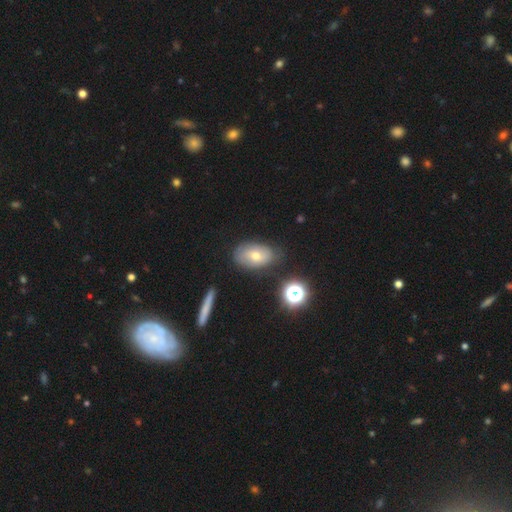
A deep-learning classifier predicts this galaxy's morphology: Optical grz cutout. It shows a smooth galaxy with no disk features (59%) that is in between round and cigar-shaped (86%). Merging: none (71%).